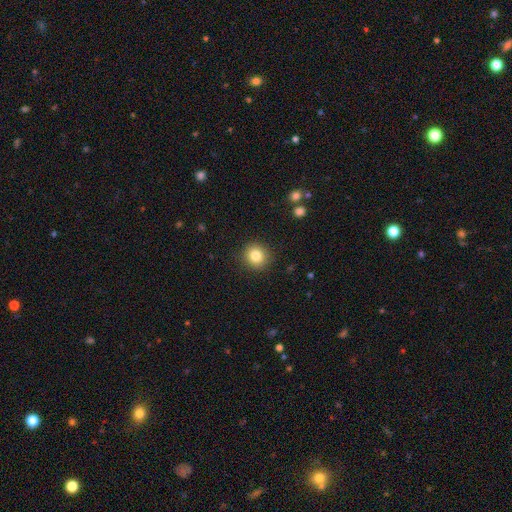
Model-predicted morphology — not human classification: Overall: smooth (82%). How rounded: round (90%). Merging: none (91%).